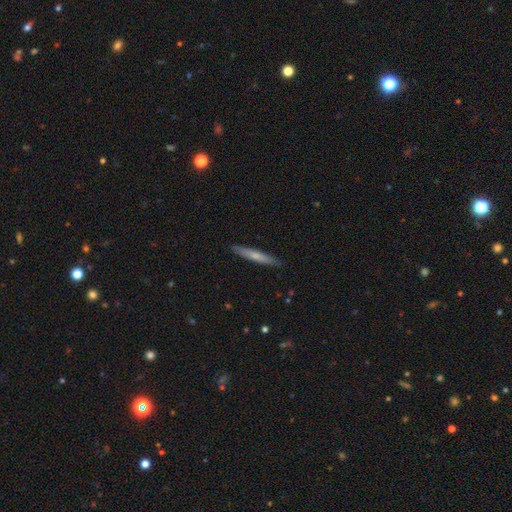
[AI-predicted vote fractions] Smooth or featured?
  - smooth: 61% *
  - featured or disk: 34%
  - star or artifact: 5%
How rounded?
  - cigar-shaped: 95% *
  - in between: 4%
  - round: 1%
Merging?
  - none: 89% *
  - minor disturbance: 8%
  - major disturbance: 1%
  - merger: 1%